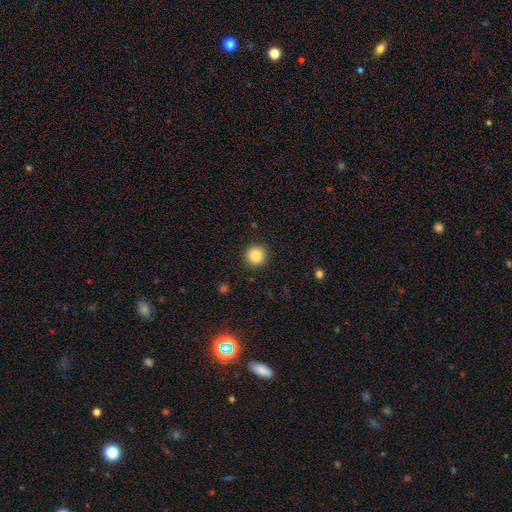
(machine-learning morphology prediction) Overall: smooth (87%). How rounded: round (95%). Merging: none (92%).